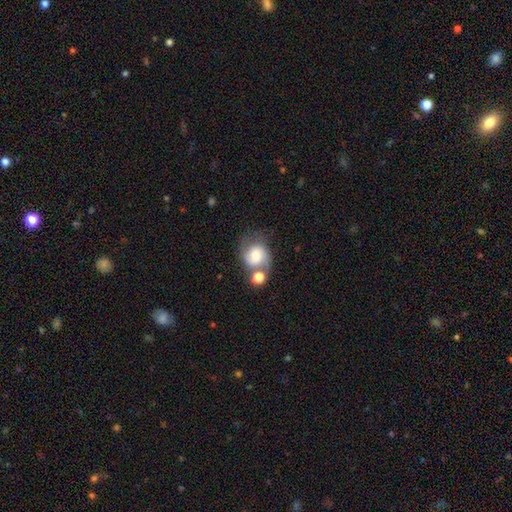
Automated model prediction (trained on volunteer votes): Smooth or featured?
  - featured or disk: 48% *
  - smooth: 43%
  - star or artifact: 8%
Merging?
  - none: 38% *
  - merger: 34%
  - minor disturbance: 17%
  - major disturbance: 12%